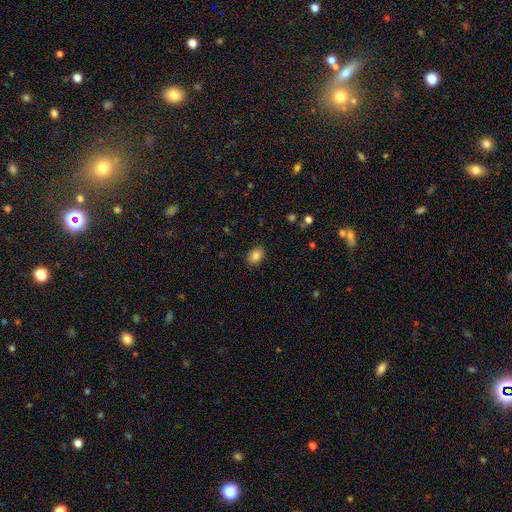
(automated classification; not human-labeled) smooth 84%, star or artifact 9%, featured or disk 7%. Down the decision tree: how rounded — in between (70%); merging — none (88%).